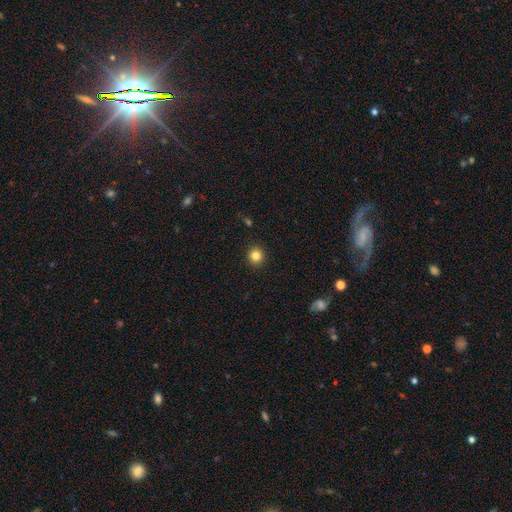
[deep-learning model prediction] A smooth galaxy with no disk features (83%) that is round (93%). Merging: none (93%).